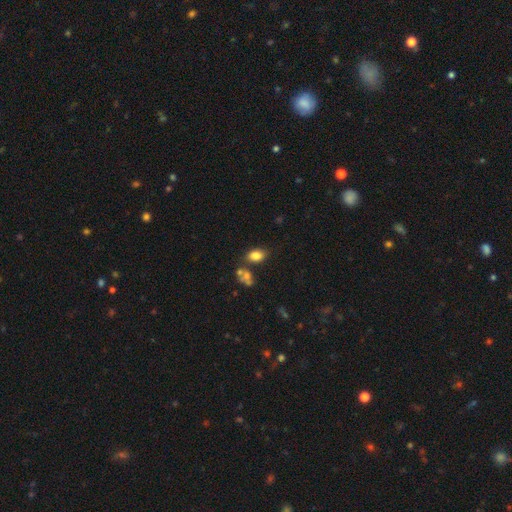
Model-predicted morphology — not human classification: smooth-or-featured: smooth: 82% | star or artifact: 10% | featured or disk: 8%
  how-rounded: in between: 86% | round: 12% | cigar-shaped: 2%
  merging: none: 62% | merger: 17% | minor disturbance: 15% | major disturbance: 5%